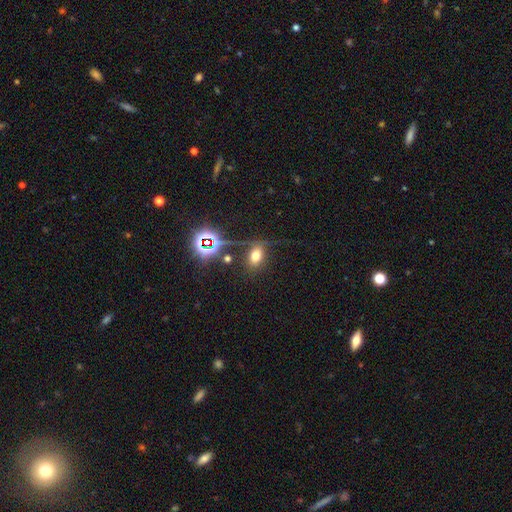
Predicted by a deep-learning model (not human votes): Overall: smooth (63%; star or artifact 25%). How rounded: in between (81%). Merging: none (66%).